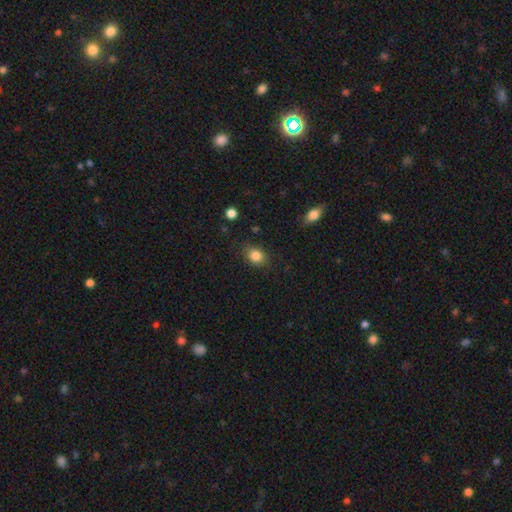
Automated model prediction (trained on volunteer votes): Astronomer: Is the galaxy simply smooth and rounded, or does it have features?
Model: smooth — 84%.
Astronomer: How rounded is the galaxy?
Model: in between — 54% (runner-up: round, 45%).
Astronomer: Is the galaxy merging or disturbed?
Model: none — 80%.